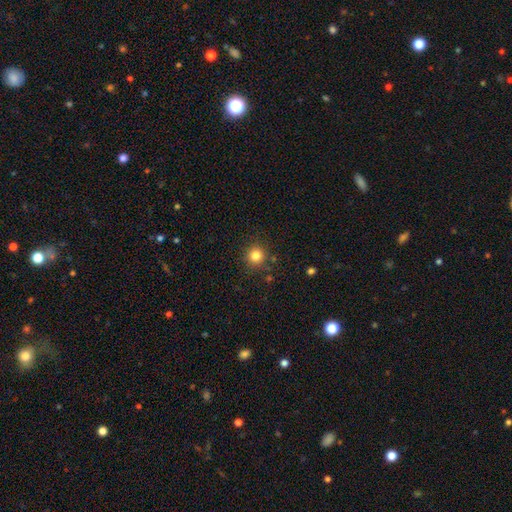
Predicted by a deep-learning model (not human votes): Smooth or featured?
  - smooth: 82% *
  - star or artifact: 13%
  - featured or disk: 6%
How rounded?
  - round: 94% *
  - in between: 5%
  - cigar-shaped: 1%
Merging?
  - none: 88% *
  - minor disturbance: 7%
  - major disturbance: 3%
  - merger: 2%